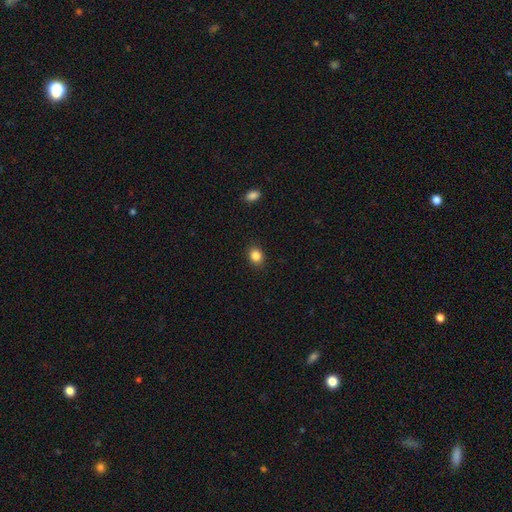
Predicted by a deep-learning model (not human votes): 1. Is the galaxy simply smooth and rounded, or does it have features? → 85% smooth, 10% star or artifact, 4% featured or disk.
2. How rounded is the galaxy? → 56% round, 43% in between, 1% cigar-shaped.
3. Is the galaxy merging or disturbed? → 89% none, 8% minor disturbance, 2% major disturbance, 1% merger.